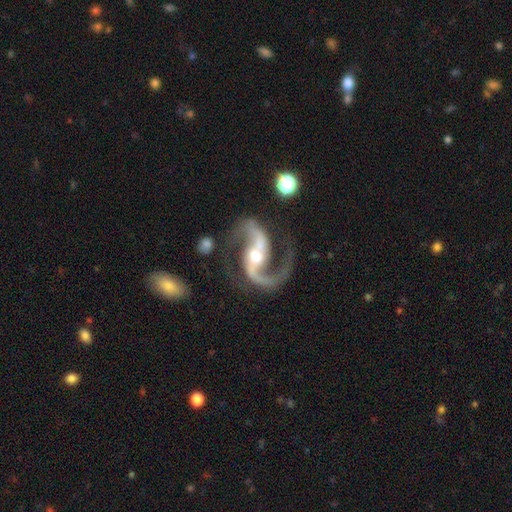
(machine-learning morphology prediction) Smooth or featured? Predicted: featured or disk (p=0.94). Edge-on disk? Predicted: no (p=0.98). Bar? Predicted: strong (p=0.42). Spiral arms? Predicted: yes (p=0.98). Spiral winding? Predicted: medium (p=0.53). Spiral arm count? Predicted: 2 (p=0.94). Bulge size? Predicted: moderate (p=0.64). Merging? Predicted: none (p=0.75).